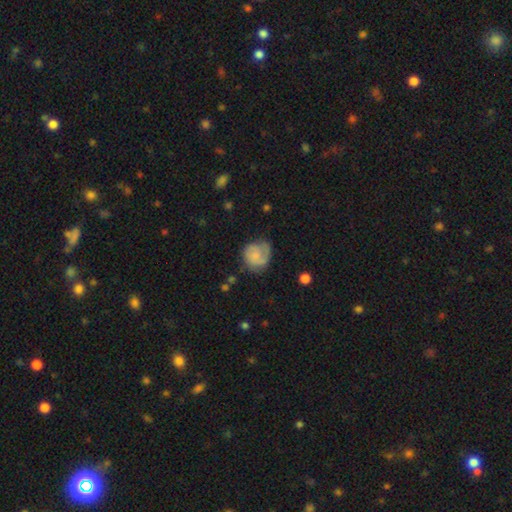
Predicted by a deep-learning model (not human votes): smooth_or_featured: featured or disk (p=0.48) [alt: smooth p=0.44]
merging: none (p=0.58) [alt: minor disturbance p=0.25]